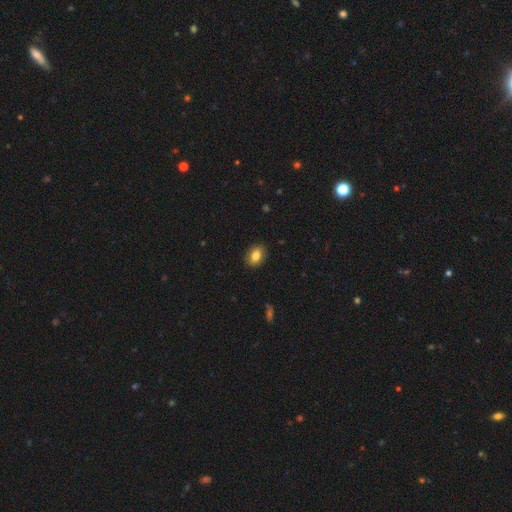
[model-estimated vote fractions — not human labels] A smooth galaxy with no disk features (84%) that is in between round and cigar-shaped (76%).

Vote fractions:
- Smooth or featured? smooth: 84% / star or artifact: 8% / featured or disk: 8%
- How rounded? in between: 76% / round: 22% / cigar-shaped: 1%
- Merging? none: 88% / minor disturbance: 9% / major disturbance: 2% / merger: 1%